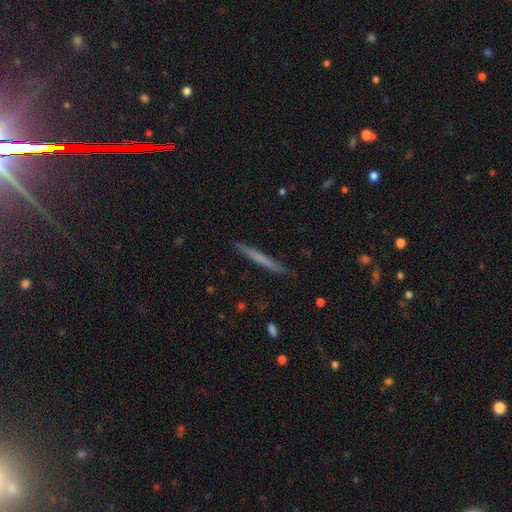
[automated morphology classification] smooth-or-featured: smooth: 58% | featured or disk: 37% | star or artifact: 6%
  how-rounded: cigar-shaped: 97% | in between: 2% | round: 1%
  merging: none: 90% | minor disturbance: 7% | major disturbance: 1% | merger: 1%